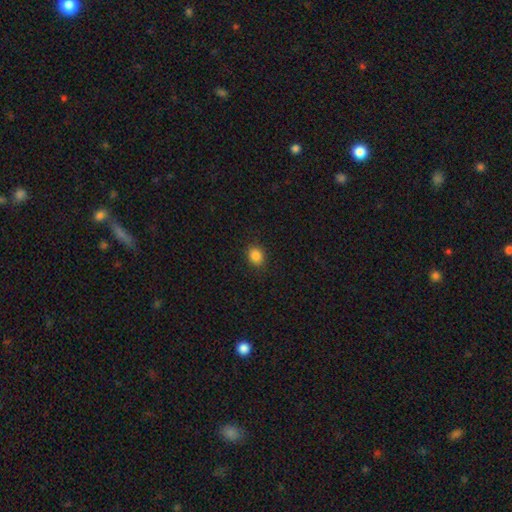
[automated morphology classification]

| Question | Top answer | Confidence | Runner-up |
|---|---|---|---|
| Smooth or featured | smooth | 86% | star or artifact (11%) |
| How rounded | round | 53% | in between (46%) |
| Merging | none | 89% | minor disturbance (8%) |